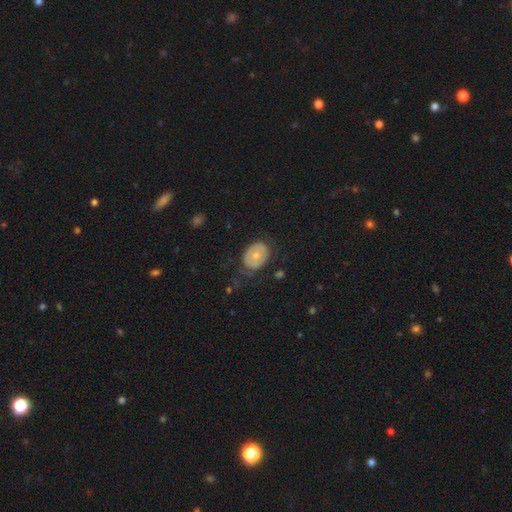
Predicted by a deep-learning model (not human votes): smooth_or_featured: smooth (p=0.57) [alt: featured or disk p=0.36]
how_rounded: in between (p=0.65) [alt: round p=0.34]
merging: none (p=0.64) [alt: minor disturbance p=0.22]